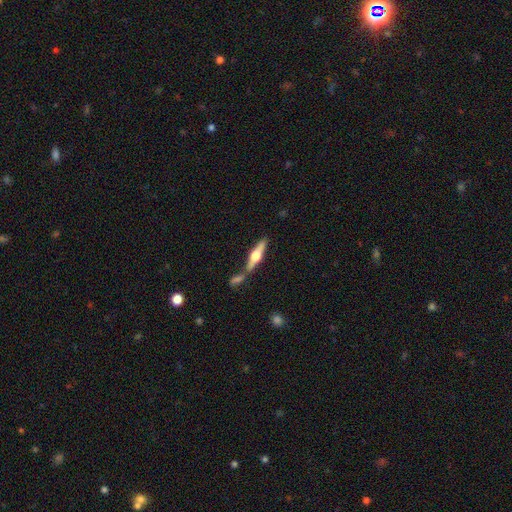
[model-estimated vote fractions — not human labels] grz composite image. It shows a featured or disk galaxy (66%) viewed edge-on (94%) with a rounded central bulge (93%). Merging: none (57%).